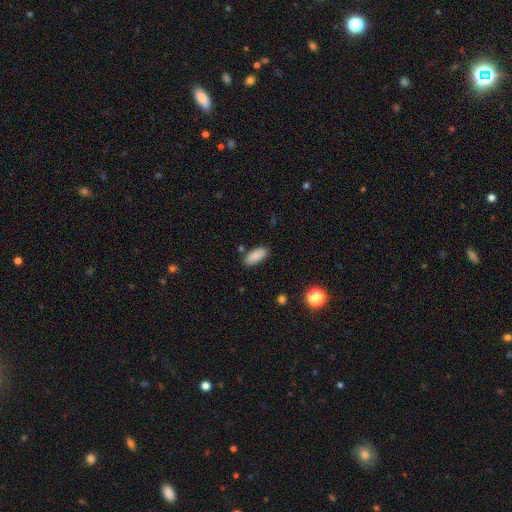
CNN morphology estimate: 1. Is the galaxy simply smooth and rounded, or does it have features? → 88% smooth, 7% star or artifact, 4% featured or disk.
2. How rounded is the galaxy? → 87% in between, 11% cigar-shaped, 2% round.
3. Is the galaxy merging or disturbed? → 84% none, 10% minor disturbance, 3% merger, 3% major disturbance.